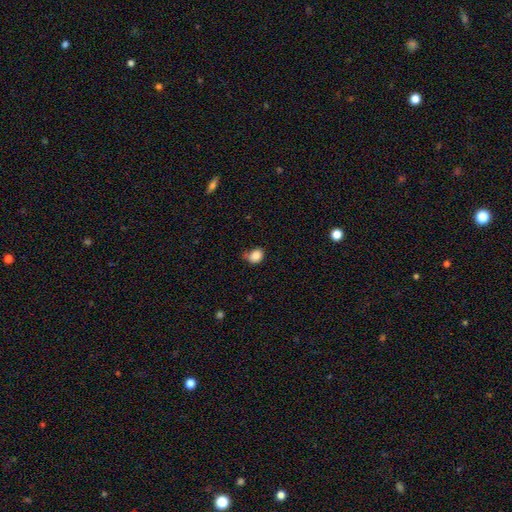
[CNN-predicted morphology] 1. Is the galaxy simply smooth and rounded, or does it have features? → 85% smooth, 9% star or artifact, 6% featured or disk.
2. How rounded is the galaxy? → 50% round, 49% in between, 1% cigar-shaped.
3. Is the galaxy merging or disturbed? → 53% none, 31% minor disturbance, 9% major disturbance, 7% merger.